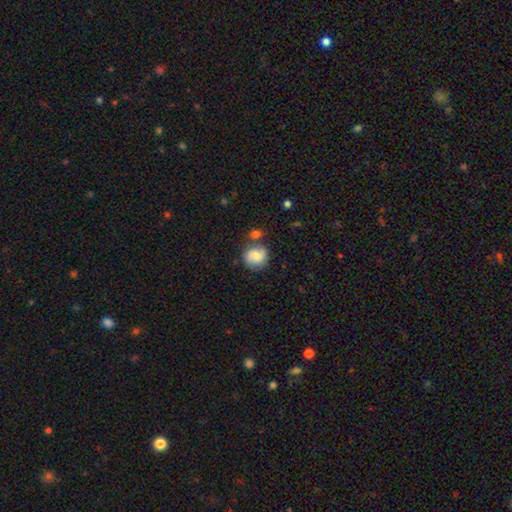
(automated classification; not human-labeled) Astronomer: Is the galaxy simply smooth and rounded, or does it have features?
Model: smooth — 69%.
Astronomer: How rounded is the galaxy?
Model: round — 84%.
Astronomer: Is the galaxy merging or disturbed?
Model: none — 65%.